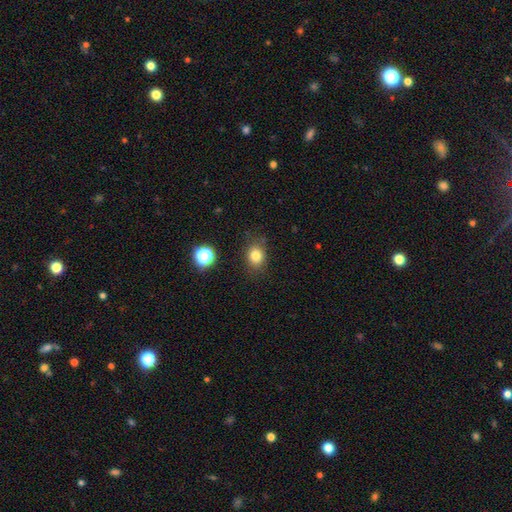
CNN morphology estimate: A smooth galaxy with no disk features (81%) that is round (52%). Merging: none (80%).